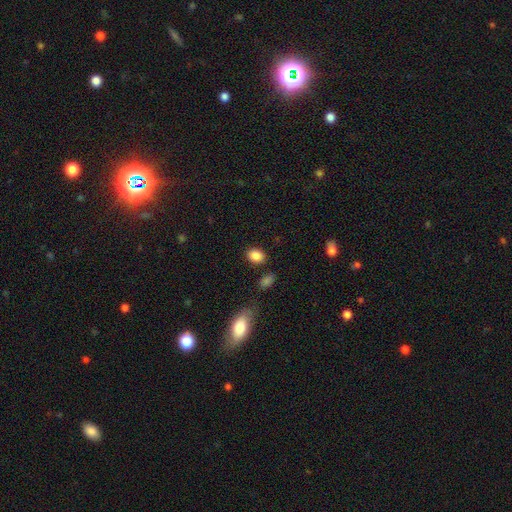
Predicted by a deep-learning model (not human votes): This appears to be a smooth galaxy with no disk features (87%) that is in between round and cigar-shaped (67%). Merging: none (82%).